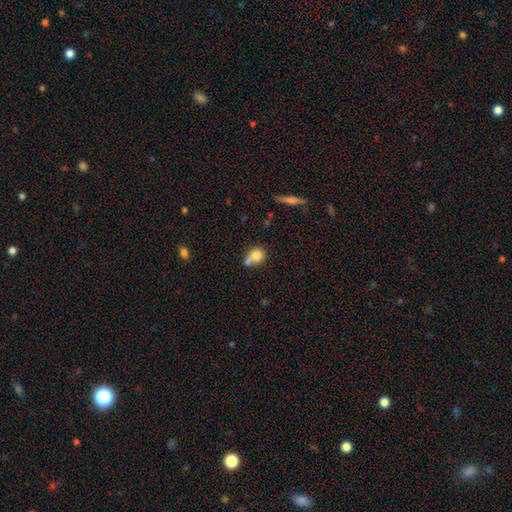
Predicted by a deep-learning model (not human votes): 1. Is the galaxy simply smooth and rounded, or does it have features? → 76% smooth, 14% featured or disk, 10% star or artifact.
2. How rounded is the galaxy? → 67% round, 31% in between, 2% cigar-shaped.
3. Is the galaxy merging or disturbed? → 40% merger, 37% none, 16% minor disturbance, 8% major disturbance.